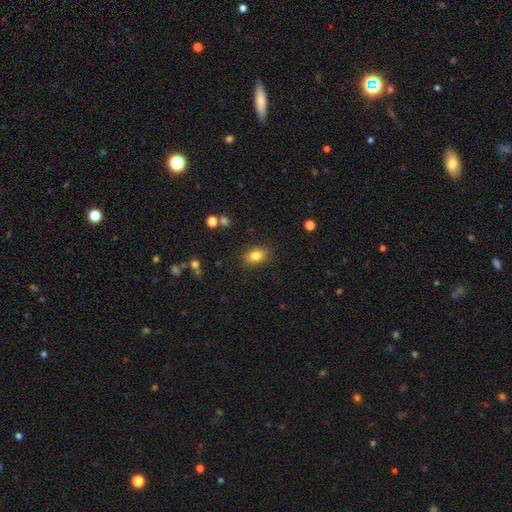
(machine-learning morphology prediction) Smooth or featured: smooth — 82% (star or artifact — 10%)
How rounded: in between — 81% (round — 18%)
Merging: none — 86% (minor disturbance — 9%)